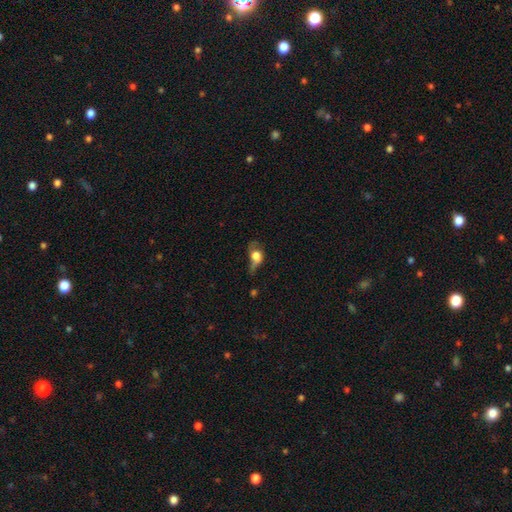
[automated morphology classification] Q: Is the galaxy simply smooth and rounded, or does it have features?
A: smooth — 59%.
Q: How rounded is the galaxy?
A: in between — 59%.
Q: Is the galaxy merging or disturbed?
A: major disturbance — 45%.